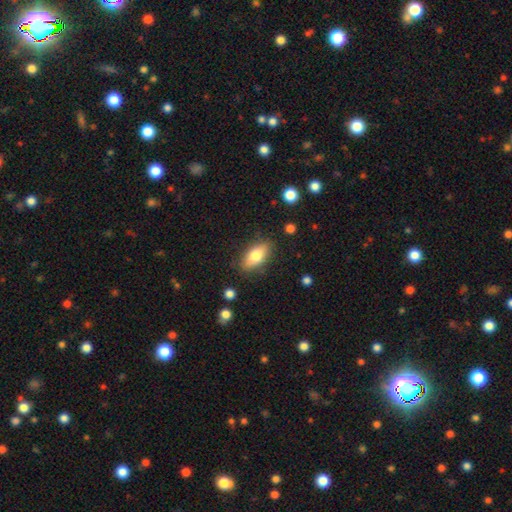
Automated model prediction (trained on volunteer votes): Smooth or featured? Predicted: smooth (p=0.76). How rounded? Predicted: in between (p=0.85). Merging? Predicted: none (p=0.84).